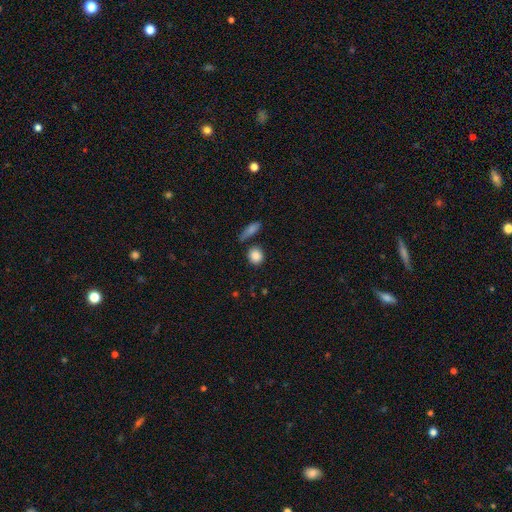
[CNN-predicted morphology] This appears to be a smooth galaxy with no disk features (86%) that is round (78%). Merging: none (75%).